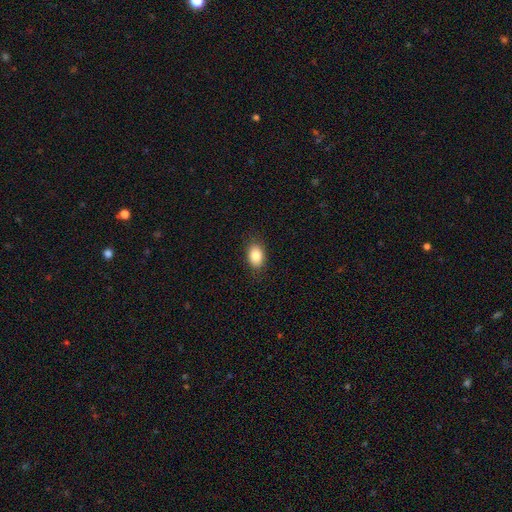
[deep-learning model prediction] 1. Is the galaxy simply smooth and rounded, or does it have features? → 85% smooth, 8% star or artifact, 7% featured or disk.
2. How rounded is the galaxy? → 82% in between, 16% round, 1% cigar-shaped.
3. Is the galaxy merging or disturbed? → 86% none, 10% minor disturbance, 3% major disturbance, 1% merger.